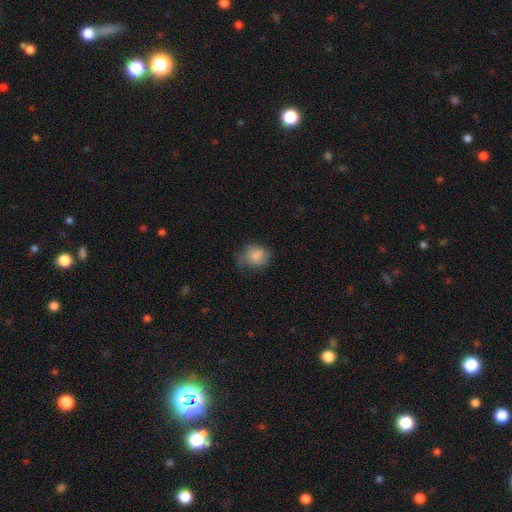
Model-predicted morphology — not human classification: type=smooth (82%); roundness=round (59%); merging=none (55%).